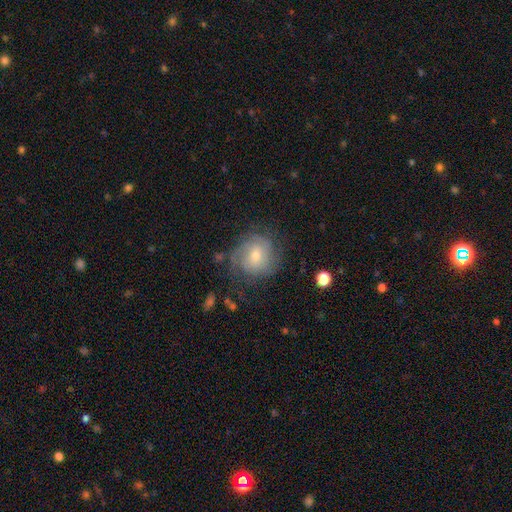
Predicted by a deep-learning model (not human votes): Smooth or featured?
  - featured or disk: 63% *
  - smooth: 28%
  - star or artifact: 9%
Edge-on disk?
  - no: 97% *
  - yes: 3%
Bar?
  - no: 63% *
  - weak: 32%
  - strong: 6%
Spiral arms?
  - yes: 85% *
  - no: 15%
Spiral winding?
  - tight: 59% *
  - medium: 30%
  - loose: 11%
Spiral arm count?
  - can't tell: 48% *
  - 2: 23%
  - 3: 14%
  - 4: 6%
  - 1: 5%
  - more than 4: 4%
Bulge size?
  - small: 48% * (tied)
  - moderate: 48% * (tied)
  - large: 3%
  - none: 1%
  - dominant: 1%
Merging?
  - none: 66% *
  - minor disturbance: 20%
  - major disturbance: 12%
  - merger: 2%